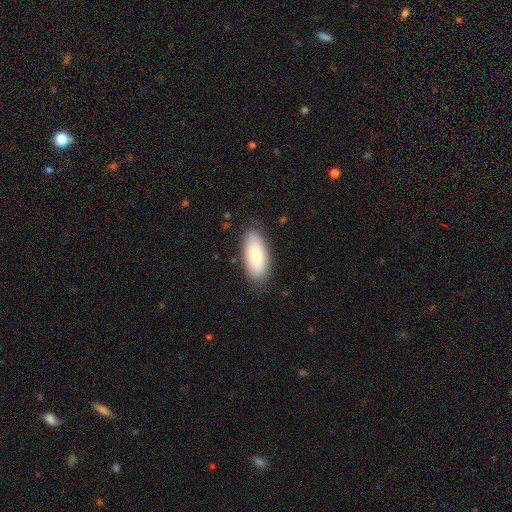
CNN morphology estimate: The model was most divided on "smooth or featured": smooth: 73%, featured or disk: 21%, star or artifact: 6%. More confident: how rounded — in between (89%); merging — none (84%).